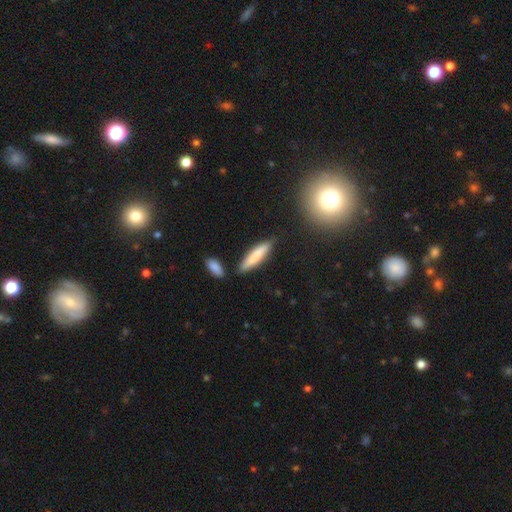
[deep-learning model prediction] Smooth or featured? Predicted: smooth (p=0.79). How rounded? Predicted: cigar-shaped (p=0.80). Merging? Predicted: none (p=0.79).